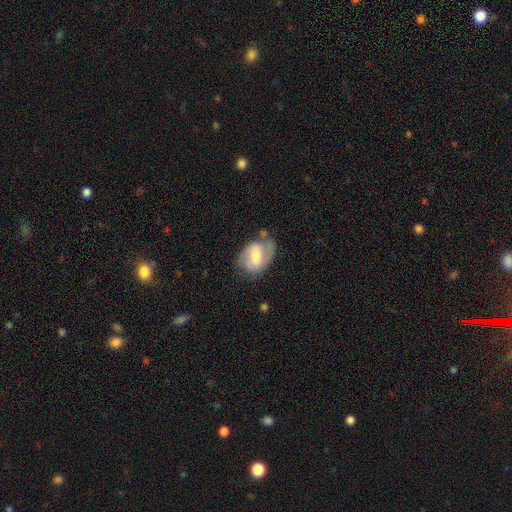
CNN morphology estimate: Smooth or featured? featured or disk (63%)
Edge-on disk? no (96%)
Bar? weak (48%)
Spiral arms? yes (81%)
Bulge size? moderate (51%)
Merging? none (54%)